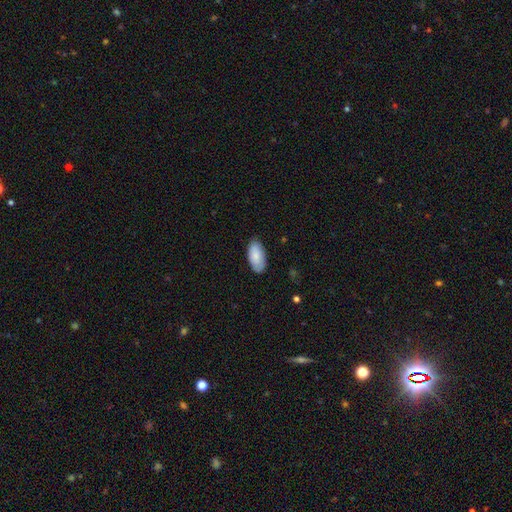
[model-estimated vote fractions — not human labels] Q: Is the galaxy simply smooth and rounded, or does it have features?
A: smooth — 85%.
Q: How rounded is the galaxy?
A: in between — 94%.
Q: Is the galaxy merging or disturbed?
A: none — 83%.